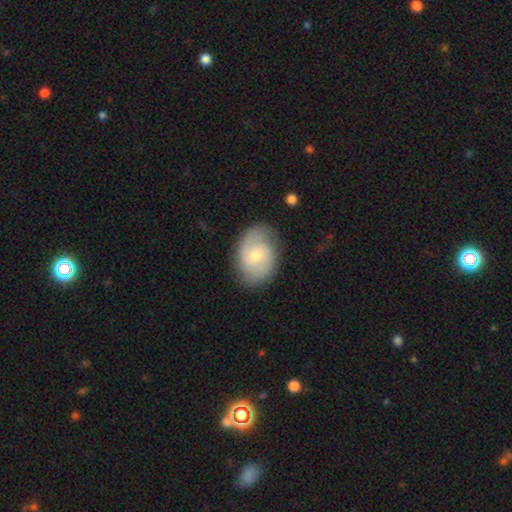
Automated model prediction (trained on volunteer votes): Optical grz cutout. It shows a featured or disk galaxy (63%) with no bar (59%), 2 (75%) medium (45%) spiral arms (88%) and a small central bulge (49%). Merging: none (76%).